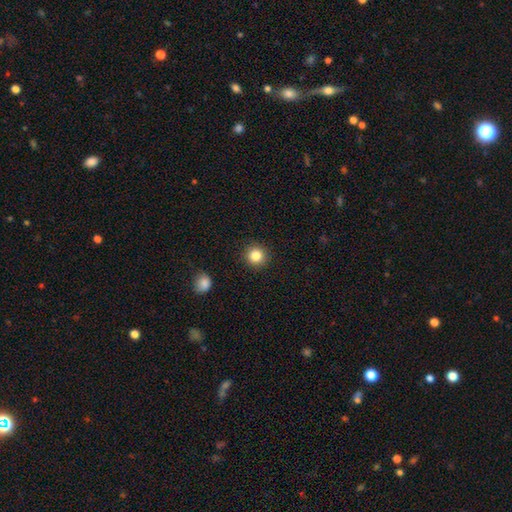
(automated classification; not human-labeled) A smooth galaxy with no disk features (84%) that is round (94%). Merging: none (91%).